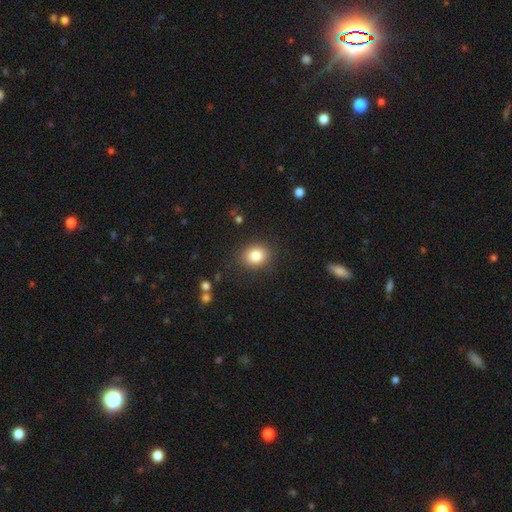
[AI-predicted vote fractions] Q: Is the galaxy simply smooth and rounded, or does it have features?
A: smooth — 83%.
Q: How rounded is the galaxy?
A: round — 70%.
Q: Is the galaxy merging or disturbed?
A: none — 88%.